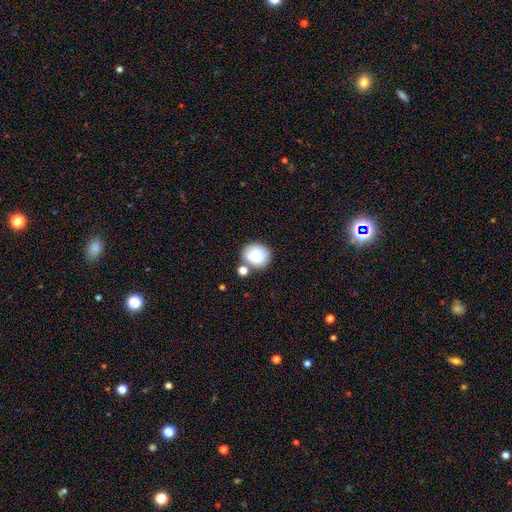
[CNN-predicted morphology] smooth 67%, featured or disk 23%, star or artifact 10%. Down the decision tree: how rounded — round (74%); merging — none (57%).